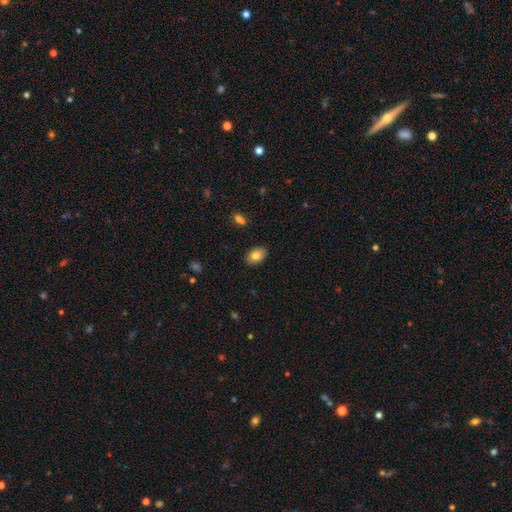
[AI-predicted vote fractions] smooth_or_featured: smooth (p=0.80) [alt: featured or disk p=0.12]
how_rounded: in between (p=0.86) [alt: round p=0.13]
merging: none (p=0.88) [alt: minor disturbance p=0.09]